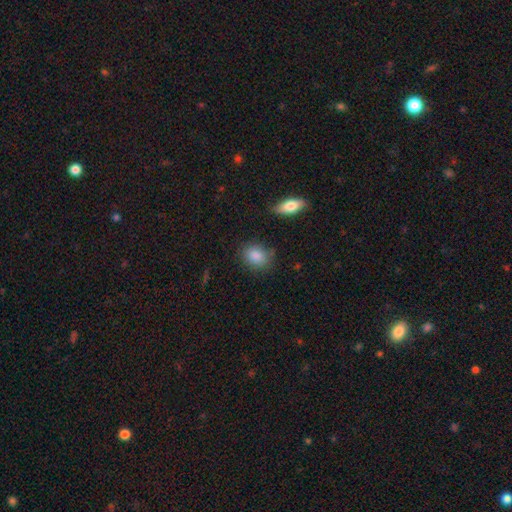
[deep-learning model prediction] This appears to be a smooth galaxy with no disk features (86%) that is in between round and cigar-shaped (60%). Merging: none (81%).